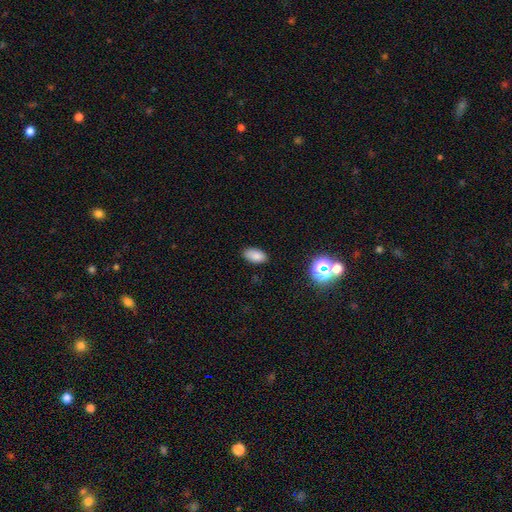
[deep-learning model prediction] smooth-or-featured: smooth: 83% | star or artifact: 11% | featured or disk: 5%
  how-rounded: in between: 93% | round: 4% | cigar-shaped: 3%
  merging: none: 86% | minor disturbance: 10% | major disturbance: 2% | merger: 1%